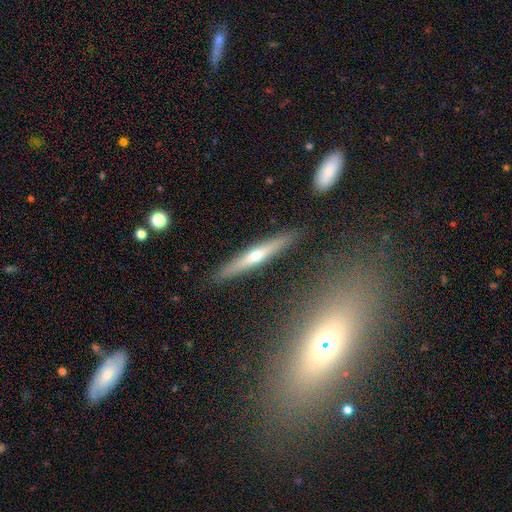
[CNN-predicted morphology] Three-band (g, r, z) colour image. It shows a featured or disk galaxy (62%) viewed edge-on (94%) with a rounded central bulge (80%). Merging: none (90%).